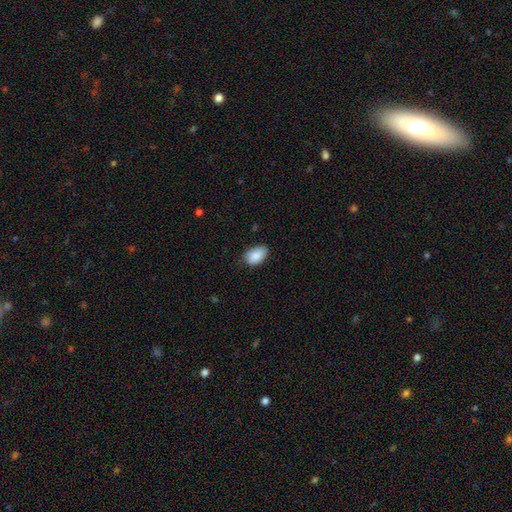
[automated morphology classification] A smooth galaxy with no disk features (87%) that is in between round and cigar-shaped (90%). Merging: none (73%).